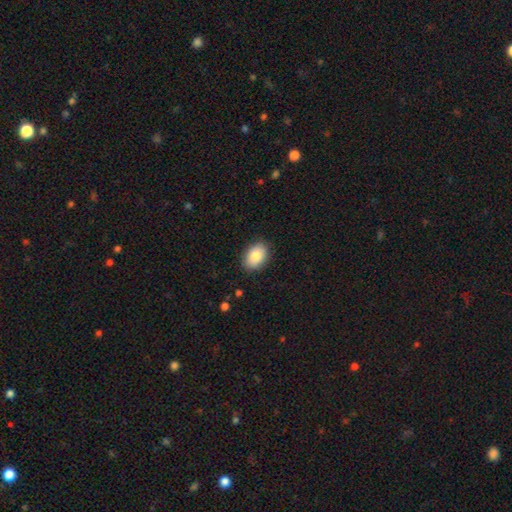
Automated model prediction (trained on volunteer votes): Smooth or featured? Predicted: smooth (p=0.85). How rounded? Predicted: in between (p=0.84). Merging? Predicted: none (p=0.87).